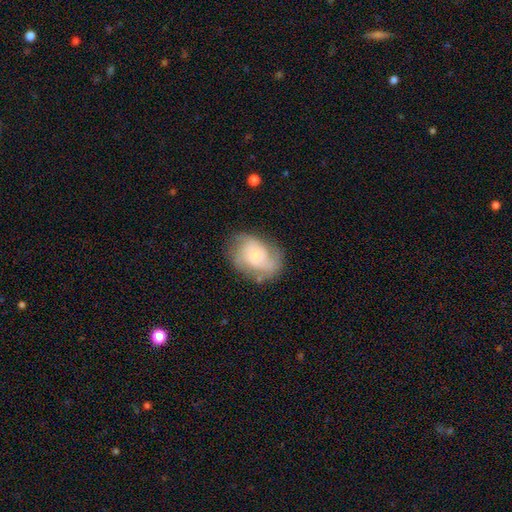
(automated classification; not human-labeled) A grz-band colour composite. It shows a featured or disk galaxy (70%) with no bar (67%), 2 (40%) medium (45%) spiral arms (91%) and a small central bulge (64%). Merging: none (65%).